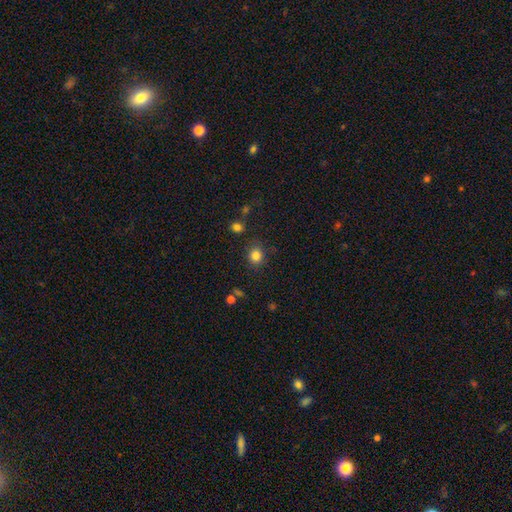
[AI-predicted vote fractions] Overall: smooth (83%). How rounded: round (77%). Merging: none (84%).